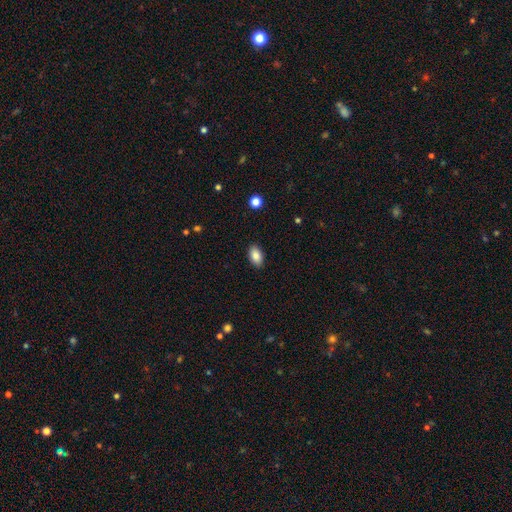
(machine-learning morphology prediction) Smooth or featured: smooth — 87% (star or artifact — 8%)
How rounded: in between — 92% (round — 7%)
Merging: none — 89% (minor disturbance — 8%)